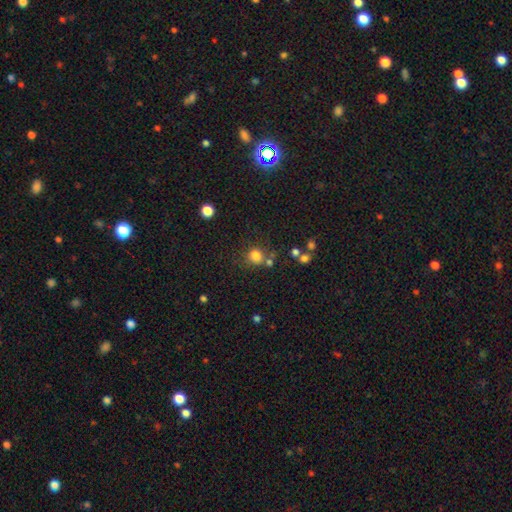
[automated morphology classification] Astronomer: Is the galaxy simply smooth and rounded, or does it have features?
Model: smooth — 80%.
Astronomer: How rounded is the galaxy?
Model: round — 79%.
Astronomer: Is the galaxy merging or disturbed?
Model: none — 63%.